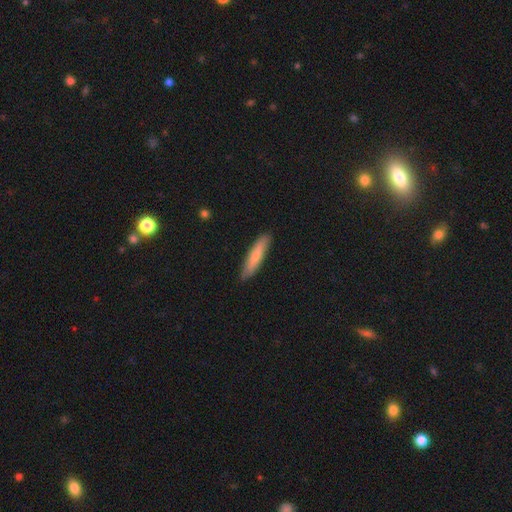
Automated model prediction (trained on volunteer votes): Morphology: type=smooth (73%); roundness=cigar-shaped (87%); merging=none (87%).